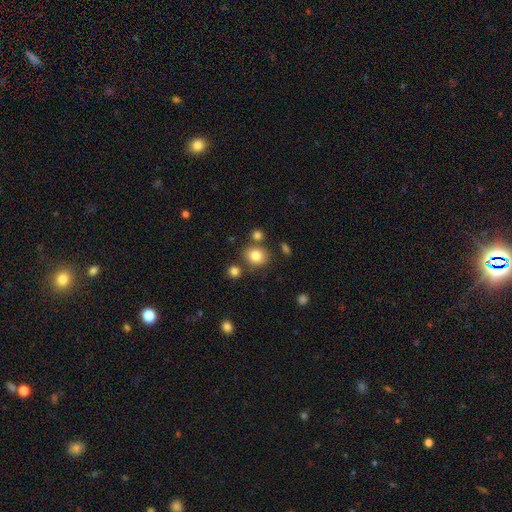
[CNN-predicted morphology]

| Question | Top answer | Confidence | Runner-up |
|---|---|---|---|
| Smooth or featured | smooth | 82% | star or artifact (11%) |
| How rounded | round | 74% | in between (25%) |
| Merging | none | 76% | minor disturbance (10%) |